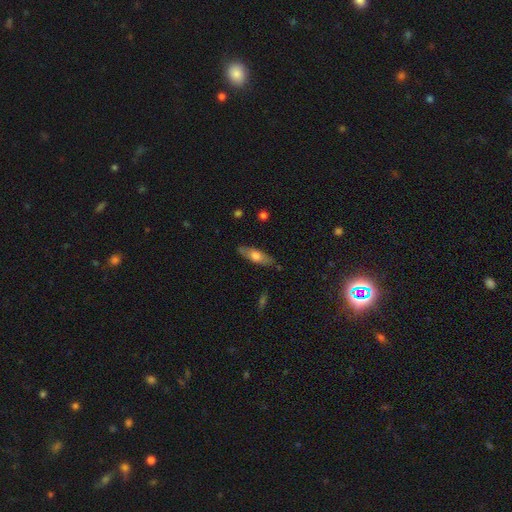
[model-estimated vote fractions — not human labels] smooth-or-featured: smooth: 58% | featured or disk: 36% | star or artifact: 6%
  how-rounded: in between: 54% | cigar-shaped: 44% | round: 3%
  merging: none: 82% | minor disturbance: 14% | major disturbance: 3% | merger: 2%